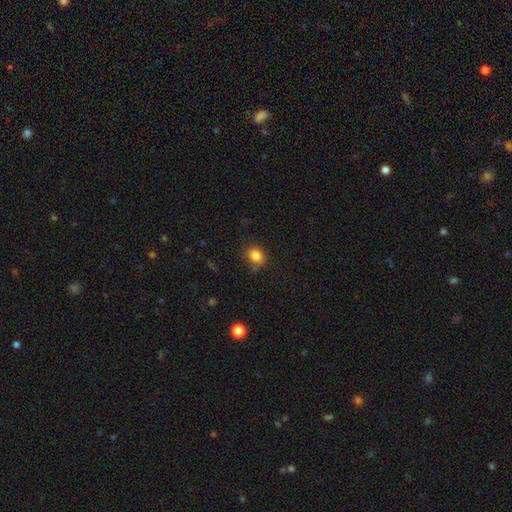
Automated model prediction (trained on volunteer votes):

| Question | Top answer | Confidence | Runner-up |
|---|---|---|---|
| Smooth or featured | smooth | 84% | star or artifact (11%) |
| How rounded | round | 50% | in between (49%) |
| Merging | none | 73% | minor disturbance (20%) |